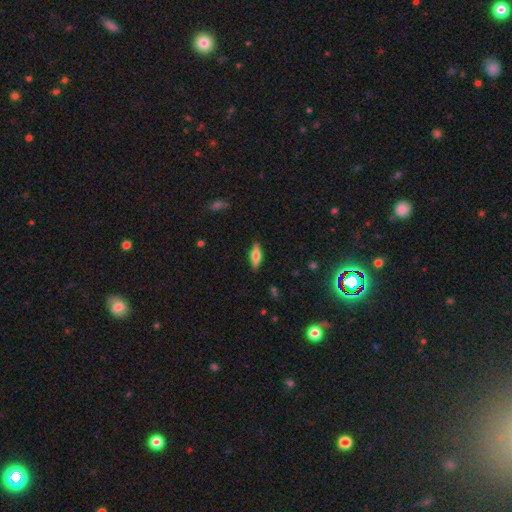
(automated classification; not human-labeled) The model was most divided on "smooth or featured": smooth: 50%, featured or disk: 44%, star or artifact: 6%. More confident: merging — none (88%).